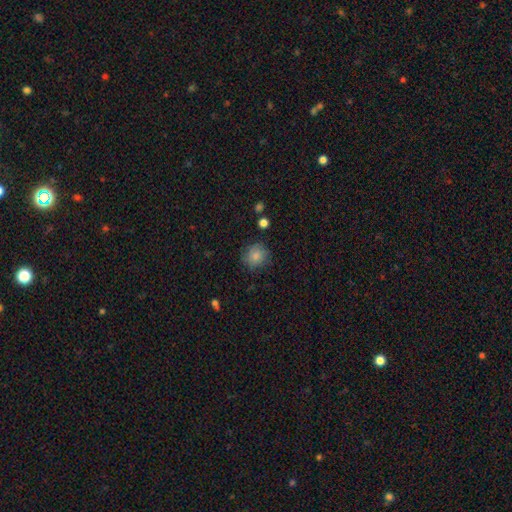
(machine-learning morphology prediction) smooth_or_featured: smooth (p=0.84) [alt: star or artifact p=0.09]
how_rounded: round (p=0.85) [alt: in between p=0.14]
merging: none (p=0.80) [alt: minor disturbance p=0.15]